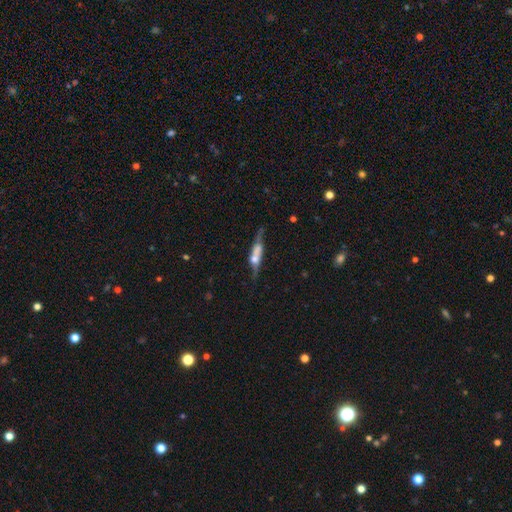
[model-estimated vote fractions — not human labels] This is possibly a featured or disk galaxy (58%). It is likely viewed edge-on (71%). Merging: marginally none (45%).